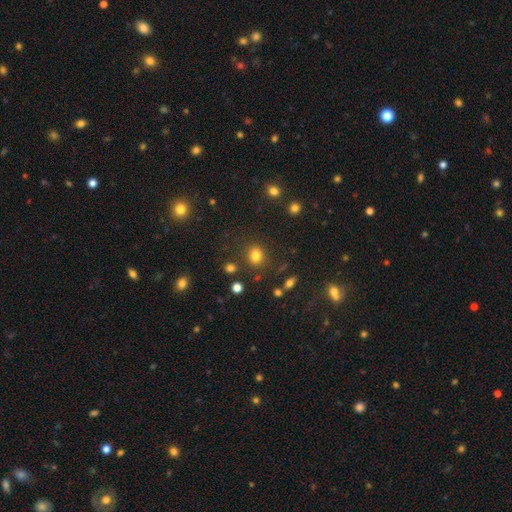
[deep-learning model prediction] This is clearly a smooth galaxy (80%). How rounded: likely round (62%). Merging: clearly none (81%).